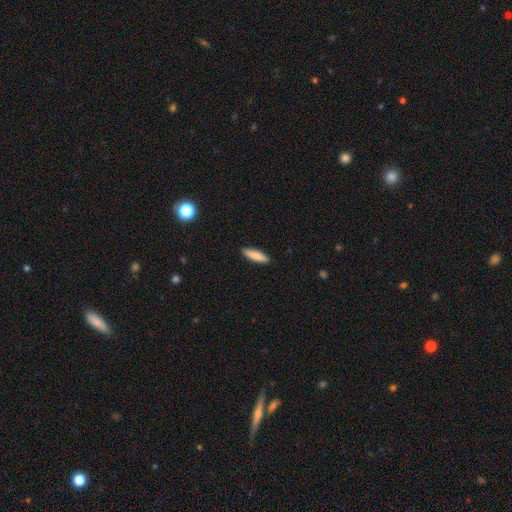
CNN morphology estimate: A smooth galaxy with no disk features (84%) that is cigar-shaped (71%).

Vote fractions:
- Smooth or featured? smooth: 84% / featured or disk: 10% / star or artifact: 6%
- How rounded? cigar-shaped: 71% / in between: 28% / round: 2%
- Merging? none: 90% / minor disturbance: 7% / major disturbance: 2% / merger: 1%